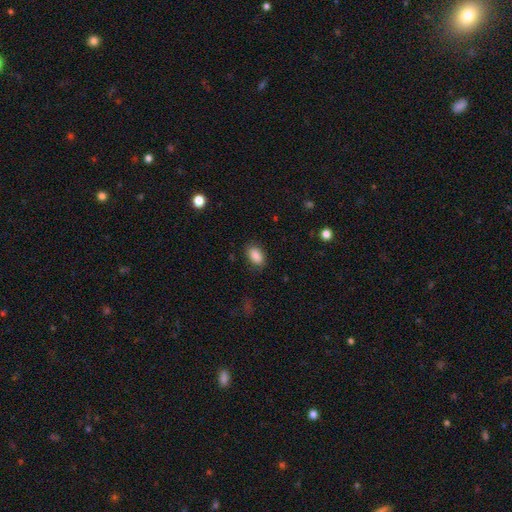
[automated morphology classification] Overall: smooth (88%). How rounded: in between (90%). Merging: none (83%).